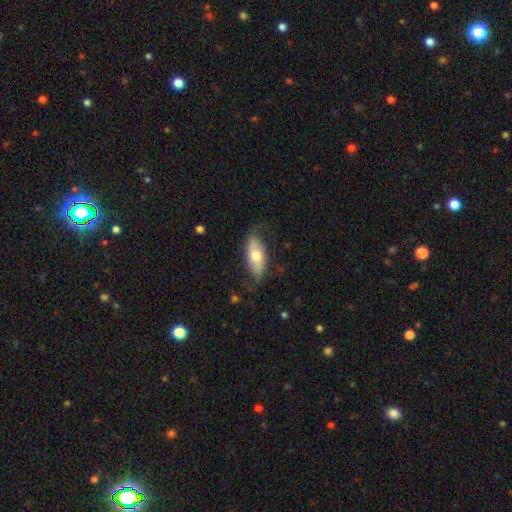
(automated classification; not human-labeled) Q: Smooth or featured?
A: smooth (59%); runner-up: featured or disk (35%)
Q: How rounded?
A: in between (84%); runner-up: cigar-shaped (13%)
Q: Merging?
A: none (71%); runner-up: minor disturbance (23%)